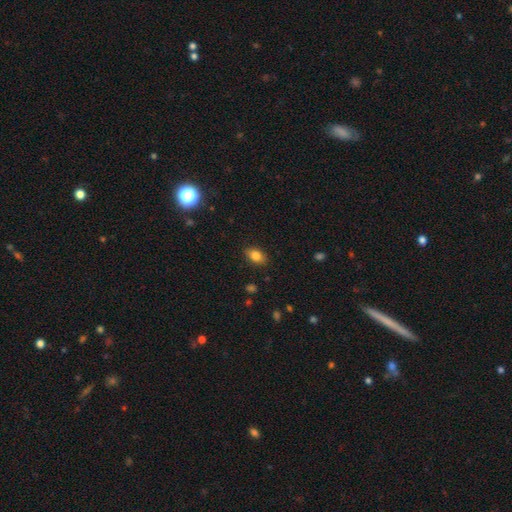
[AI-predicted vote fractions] Smooth or featured? Predicted: smooth (p=0.83). How rounded? Predicted: in between (p=0.87). Merging? Predicted: none (p=0.87).